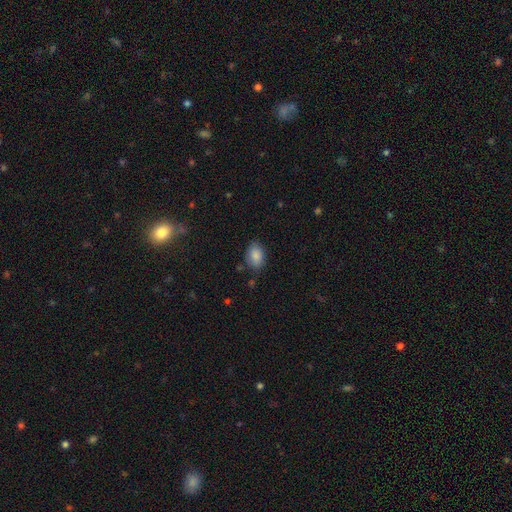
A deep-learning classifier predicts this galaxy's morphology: Smooth or featured? smooth (87%)
How rounded? in between (84%)
Merging? none (80%)